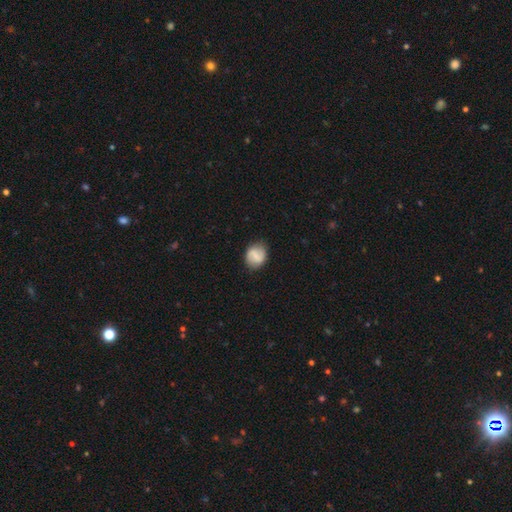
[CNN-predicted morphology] This appears to be a smooth galaxy with no disk features (56%) that is round (60%). Merging: none (80%).